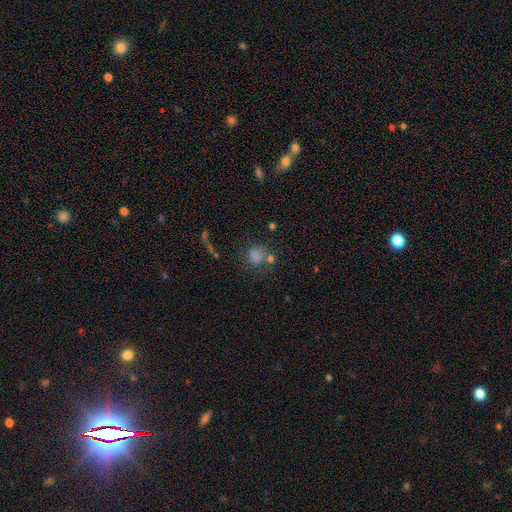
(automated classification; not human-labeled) The model was most divided on "merging": none: 59%, minor disturbance: 16%, merger: 15%, major disturbance: 10%. More confident: how rounded — round (71%); smooth or featured — smooth (69%).